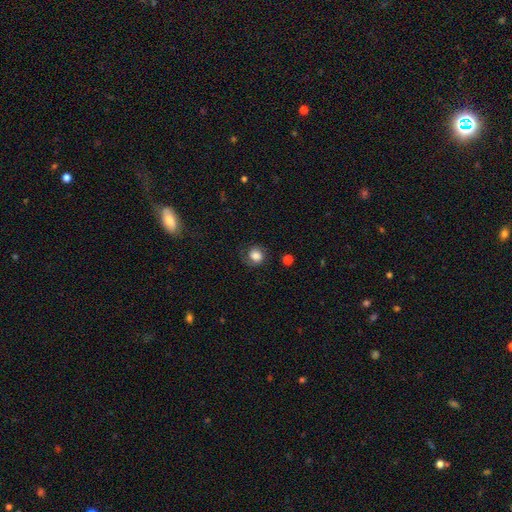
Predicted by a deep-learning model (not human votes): Overall: smooth (78%). How rounded: round (79%). Merging: none (69%).